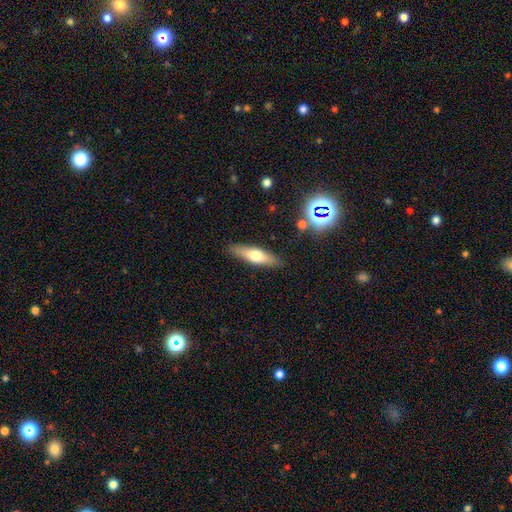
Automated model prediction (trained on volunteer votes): Smooth or featured? Predicted: smooth (p=0.53). How rounded? Predicted: cigar-shaped (p=0.66). Merging? Predicted: none (p=0.88).